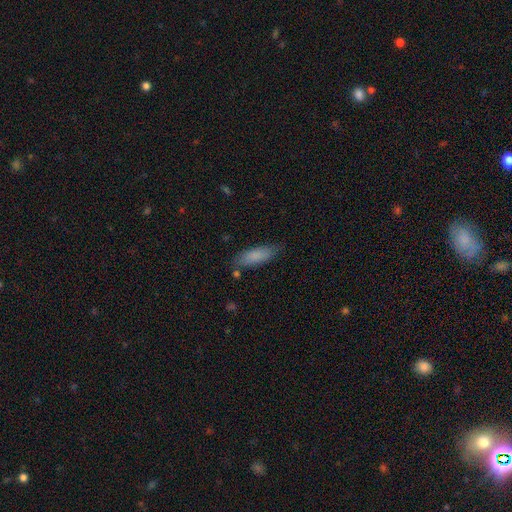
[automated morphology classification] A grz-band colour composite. It shows a smooth galaxy with no disk features (84%) that is in between round and cigar-shaped (61%). Merging: none (75%).